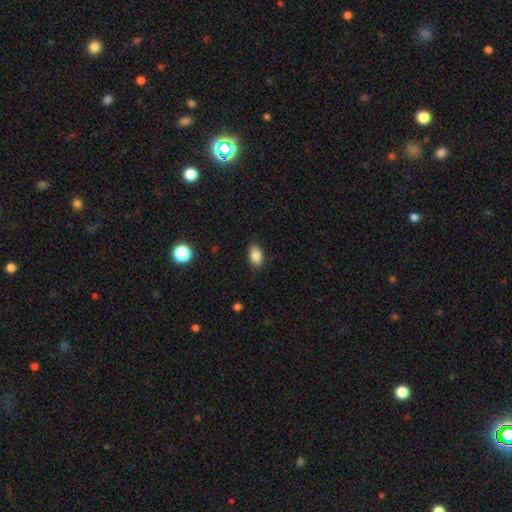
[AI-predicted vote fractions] The model was most divided on "merging": none: 86%, minor disturbance: 11%, major disturbance: 2%, merger: 1%. More confident: how rounded — in between (90%); smooth or featured — smooth (85%).